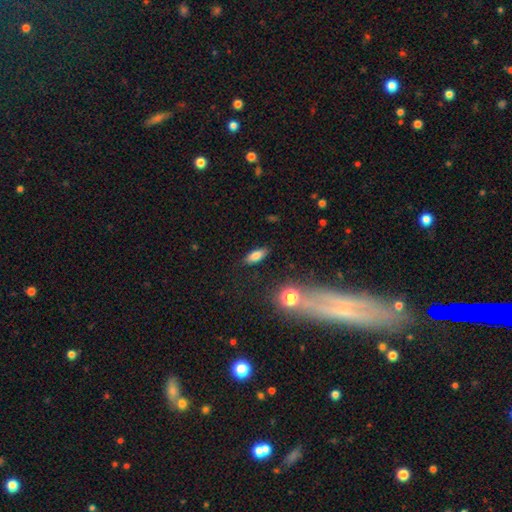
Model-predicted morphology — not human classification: The model was most divided on "how rounded": in between: 73%, cigar-shaped: 22%, round: 5%. More confident: merging — none (85%); smooth or featured — smooth (78%).